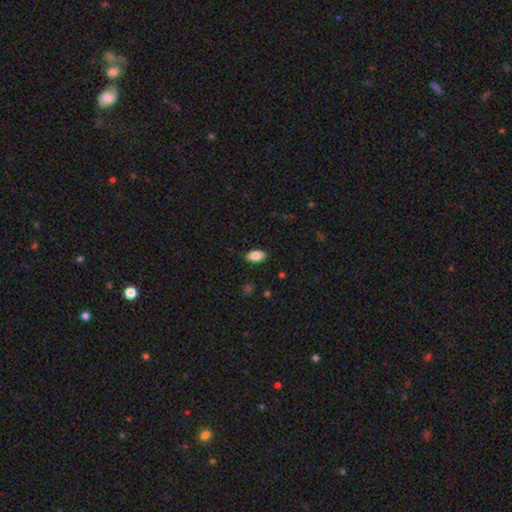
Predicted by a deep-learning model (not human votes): Smooth or featured?
  - smooth: 86% *
  - star or artifact: 7%
  - featured or disk: 6%
How rounded?
  - in between: 93% *
  - round: 4%
  - cigar-shaped: 3%
Merging?
  - none: 88% *
  - minor disturbance: 9%
  - major disturbance: 2%
  - merger: 1%